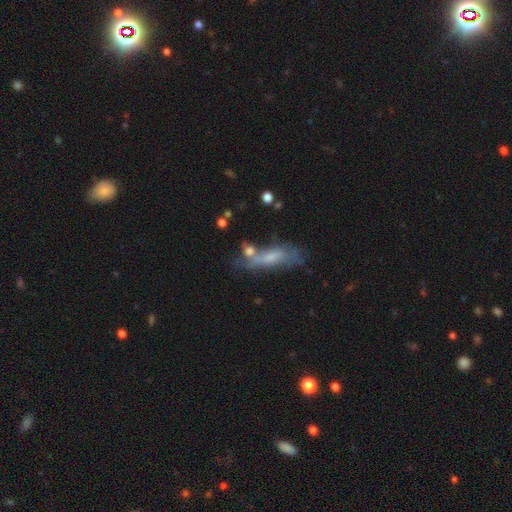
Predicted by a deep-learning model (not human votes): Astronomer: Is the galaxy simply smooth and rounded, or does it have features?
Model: smooth — 49% (runner-up: featured or disk, 40%).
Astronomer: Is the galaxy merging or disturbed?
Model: none — 40% (runner-up: minor disturbance, 23%).